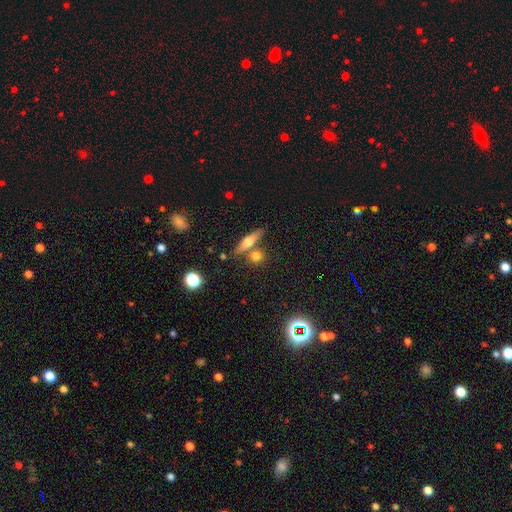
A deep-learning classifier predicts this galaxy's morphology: A smooth galaxy with no disk features (63%) that is round (44%). Merging: none (63%).